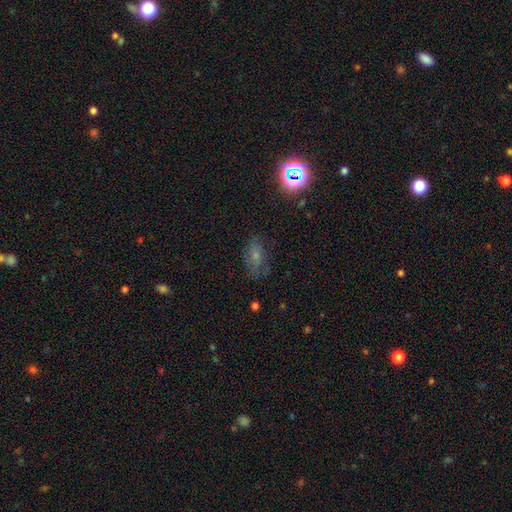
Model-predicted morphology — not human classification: Smooth or featured?
  - smooth: 51% *
  - featured or disk: 27%
  - star or artifact: 22%
How rounded?
  - in between: 82% *
  - round: 11%
  - cigar-shaped: 7%
Merging?
  - none: 63% *
  - minor disturbance: 23%
  - major disturbance: 11%
  - merger: 2%